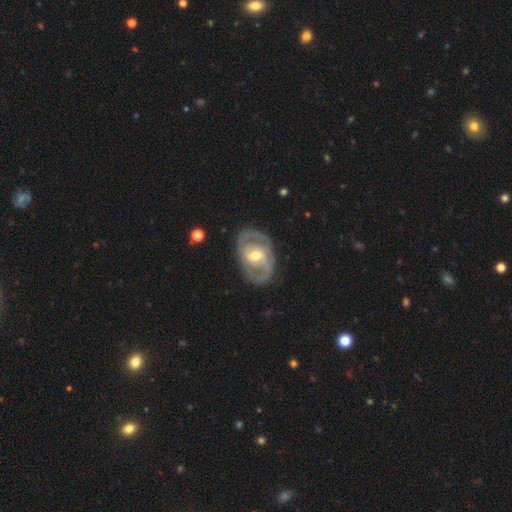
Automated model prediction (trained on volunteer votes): smooth-or-featured: featured or disk: 83% | smooth: 13% | star or artifact: 4%
  disk-edge-on: no: 96% | yes: 4%
    bar: weak: 45% | no: 33% | strong: 22%
    has-spiral-arms: yes: 85% | no: 15%
      spiral-winding: medium: 44% | tight: 42% | loose: 14%
      spiral-arm-count: 2: 77% | can't tell: 12% | 3: 6% | 1: 3% | 4: 2% | more than 4: 1%
    bulge-size: moderate: 70% | small: 22% | large: 6% | none: 1% | dominant: 1%
  merging: none: 78% | minor disturbance: 15% | major disturbance: 6% | merger: 1%